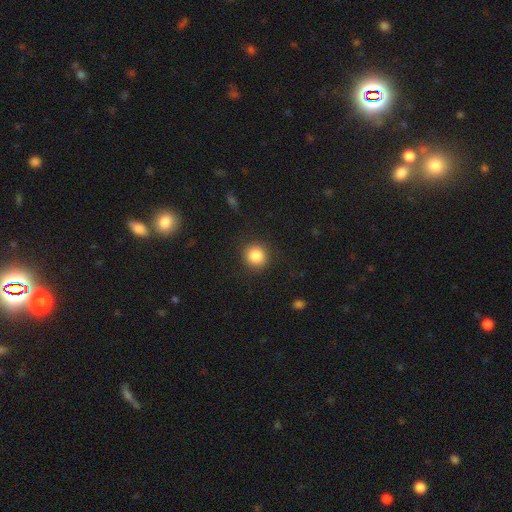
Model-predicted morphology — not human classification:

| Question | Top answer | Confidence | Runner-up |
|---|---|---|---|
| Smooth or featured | smooth | 85% | star or artifact (10%) |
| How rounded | round | 91% | in between (8%) |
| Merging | none | 89% | minor disturbance (7%) |